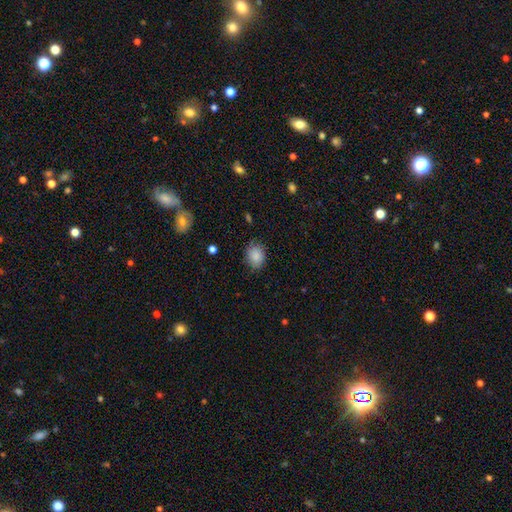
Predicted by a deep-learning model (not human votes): This appears to be a smooth galaxy with no disk features (87%) that is in between round and cigar-shaped (53%). Merging: none (80%).